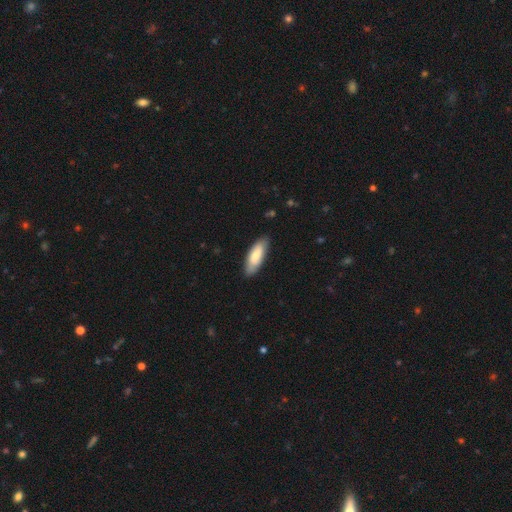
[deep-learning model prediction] A smooth galaxy with no disk features (78%) that is in between round and cigar-shaped (65%).

Vote fractions:
- Smooth or featured? smooth: 78% / featured or disk: 17% / star or artifact: 5%
- How rounded? in between: 65% / cigar-shaped: 34% / round: 2%
- Merging? none: 83% / minor disturbance: 14% / major disturbance: 2% / merger: 1%